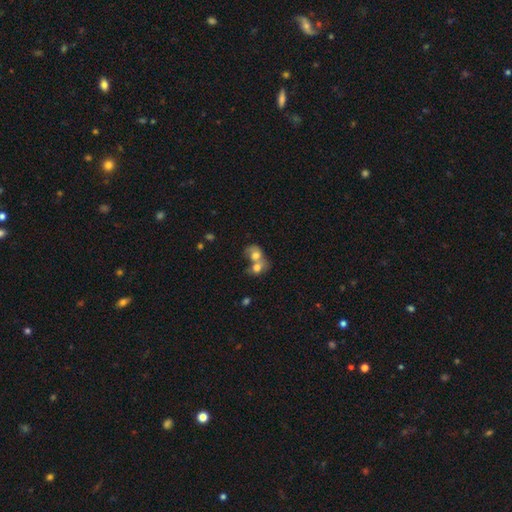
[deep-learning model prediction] Morphology: type=smooth (64%); roundness=round (50%); merging=merger (77%).